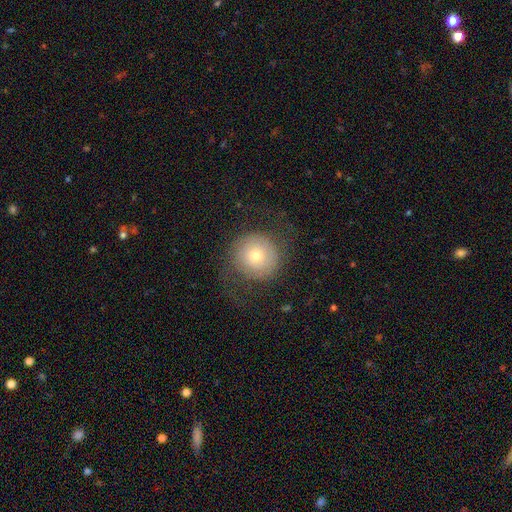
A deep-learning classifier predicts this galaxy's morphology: A smooth galaxy with no disk features (56%) that is round (93%).

Vote fractions:
- Smooth or featured? smooth: 56% / featured or disk: 34% / star or artifact: 10%
- How rounded? round: 93% / in between: 6% / cigar-shaped: 1%
- Merging? none: 67% / major disturbance: 17% / minor disturbance: 15% / merger: 1%